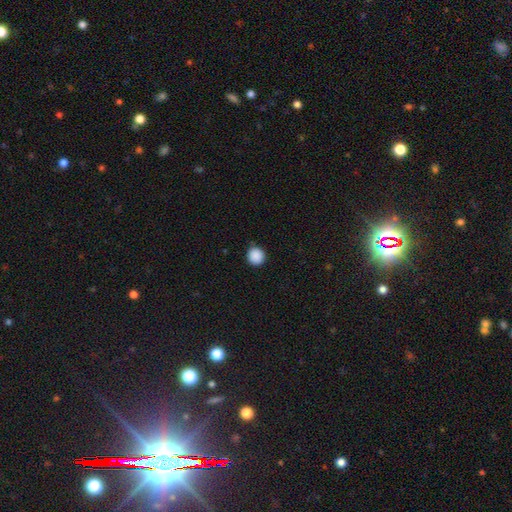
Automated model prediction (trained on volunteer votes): This is clearly a smooth galaxy (89%). How rounded: clearly round (93%). Merging: clearly none (89%).